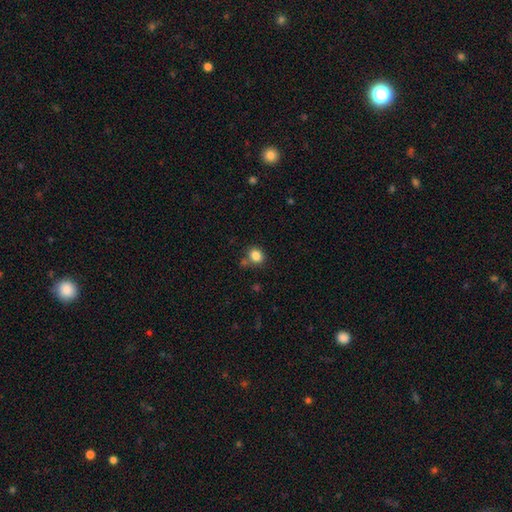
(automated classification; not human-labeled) A smooth galaxy with no disk features (84%) that is round (59%). Merging: none (70%).